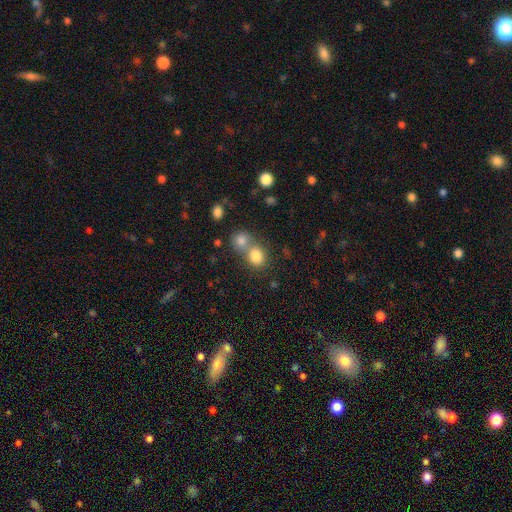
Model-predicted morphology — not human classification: smooth 81%, star or artifact 11%, featured or disk 8%. Down the decision tree: how rounded — round (67%); merging — merger (49%).